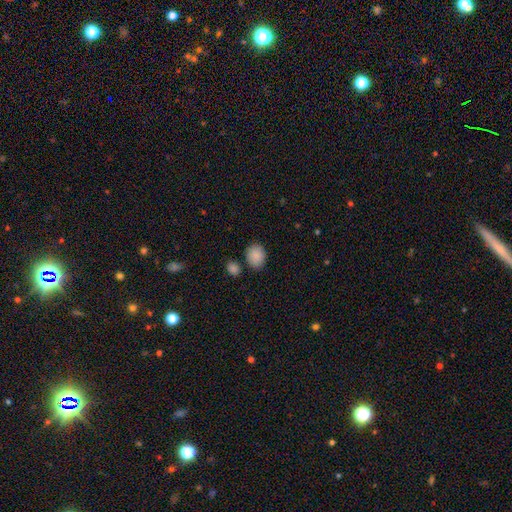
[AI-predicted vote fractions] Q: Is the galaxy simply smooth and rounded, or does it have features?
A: smooth — 88%.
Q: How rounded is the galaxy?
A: round — 50%.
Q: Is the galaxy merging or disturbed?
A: none — 79%.